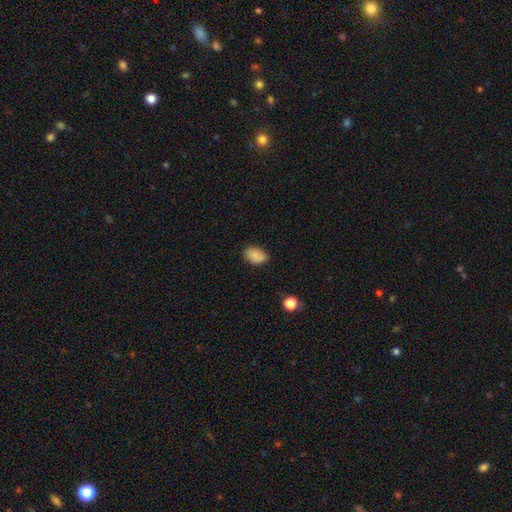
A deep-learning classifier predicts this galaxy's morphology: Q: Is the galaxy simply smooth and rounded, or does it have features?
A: smooth — 86%.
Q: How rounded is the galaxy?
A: in between — 84%.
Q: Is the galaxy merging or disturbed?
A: none — 79%.